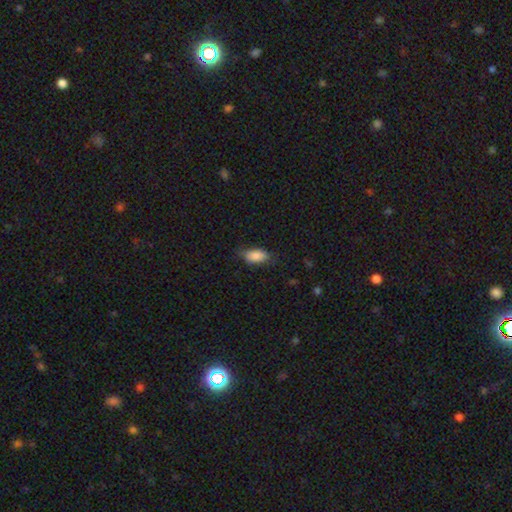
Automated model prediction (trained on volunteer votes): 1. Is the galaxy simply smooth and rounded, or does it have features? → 85% smooth, 8% featured or disk, 7% star or artifact.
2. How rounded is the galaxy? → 91% in between, 6% cigar-shaped, 4% round.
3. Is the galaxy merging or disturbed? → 71% none, 23% minor disturbance, 5% major disturbance, 1% merger.